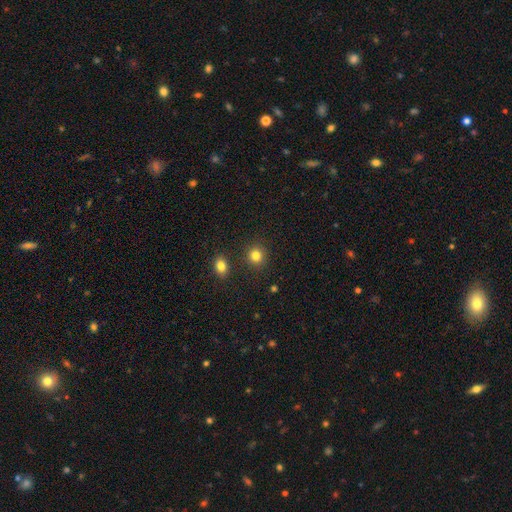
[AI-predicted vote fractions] A smooth galaxy with no disk features (82%) that is round (88%). Merging: none (87%).